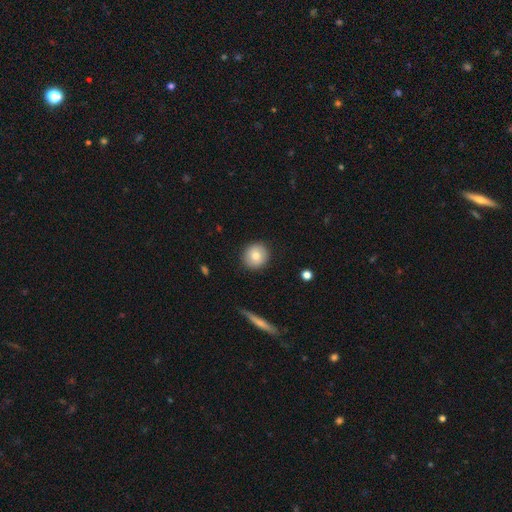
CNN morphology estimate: Smooth or featured: smooth — 79% (featured or disk — 13%)
How rounded: round — 90% (in between — 9%)
Merging: none — 90% (minor disturbance — 7%)